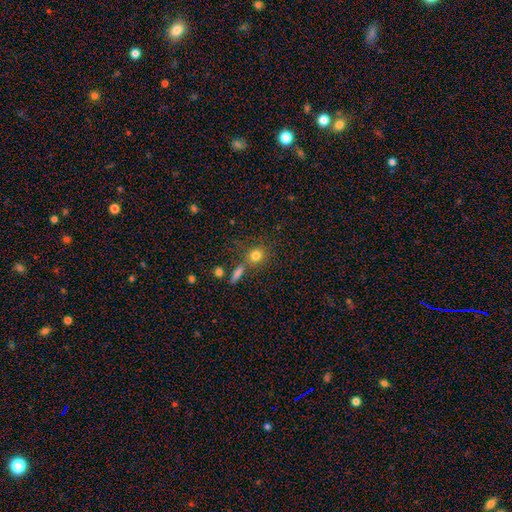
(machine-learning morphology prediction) A smooth galaxy with no disk features (79%) that is round (79%).

Vote fractions:
- Smooth or featured? smooth: 79% / star or artifact: 12% / featured or disk: 9%
- How rounded? round: 79% / in between: 18% / cigar-shaped: 2%
- Merging? none: 67% / merger: 17% / minor disturbance: 11% / major disturbance: 5%